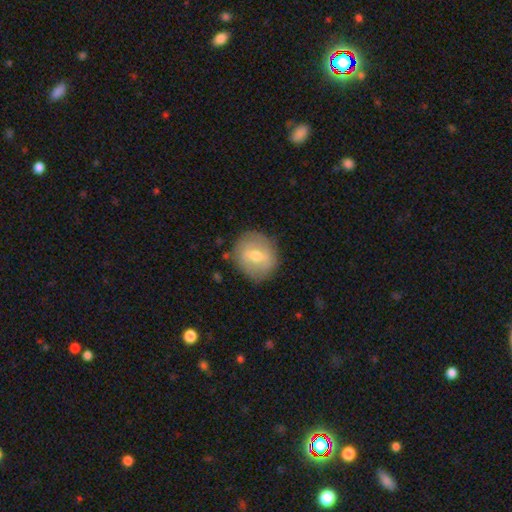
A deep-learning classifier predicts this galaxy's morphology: smooth 51%, featured or disk 41%, star or artifact 7%. Down the decision tree: how rounded — round (81%); merging — none (82%).